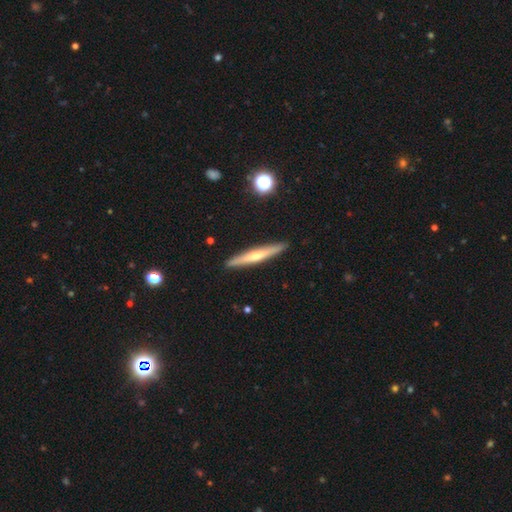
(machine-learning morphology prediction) Smooth or featured: featured or disk — 54% (smooth — 39%)
Edge-on disk: yes — 96% (no — 4%)
Edge-on bulge: rounded — 66% (none — 28%)
Merging: none — 91% (minor disturbance — 6%)